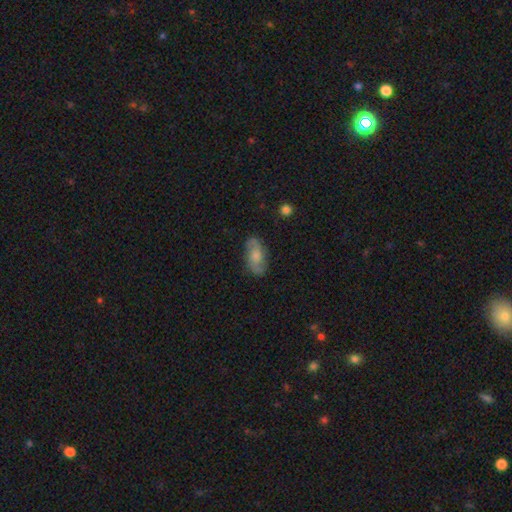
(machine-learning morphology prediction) featured or disk 51%, smooth 41%, star or artifact 7%. Down the decision tree: edge-on disk — no (93%); merging — none (77%).